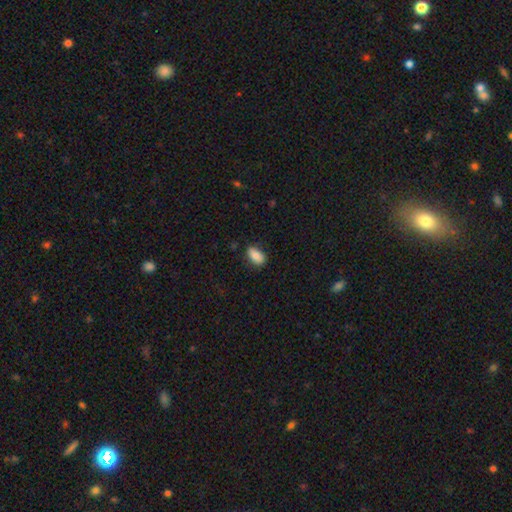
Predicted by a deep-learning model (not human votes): Q: Smooth or featured?
A: smooth (84%); runner-up: featured or disk (9%)
Q: How rounded?
A: in between (91%); runner-up: round (6%)
Q: Merging?
A: none (78%); runner-up: minor disturbance (18%)